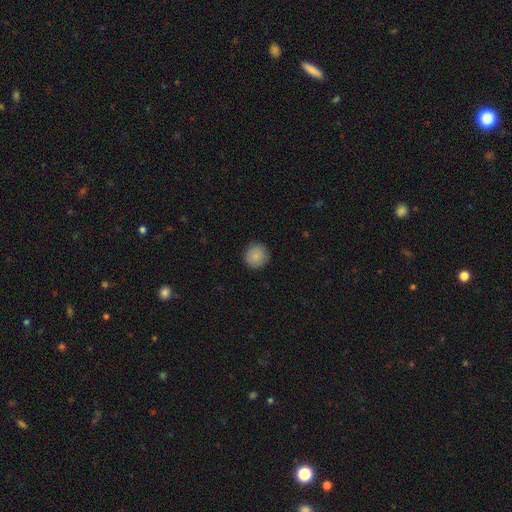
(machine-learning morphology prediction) Smooth or featured: smooth — 86% (star or artifact — 7%)
How rounded: round — 95% (in between — 5%)
Merging: none — 90% (minor disturbance — 7%)